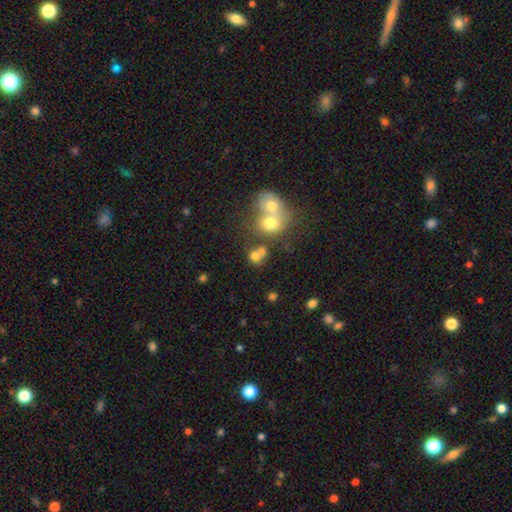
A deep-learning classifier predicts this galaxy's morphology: A smooth galaxy with no disk features (70%) that is round (73%). Merging: merger (49%).